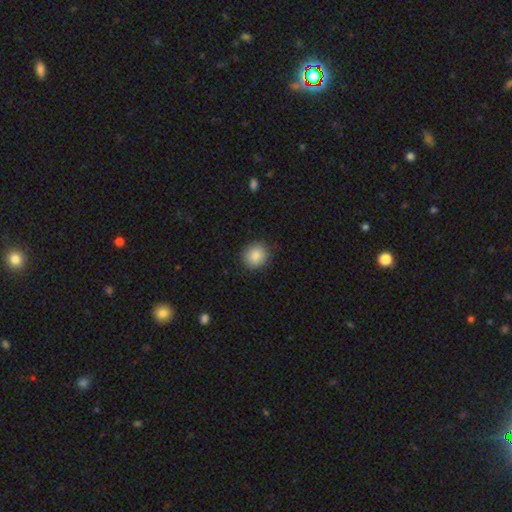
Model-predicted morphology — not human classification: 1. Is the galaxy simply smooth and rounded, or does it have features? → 87% smooth, 8% star or artifact, 4% featured or disk.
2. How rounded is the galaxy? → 85% round, 14% in between, 1% cigar-shaped.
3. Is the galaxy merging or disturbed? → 89% none, 8% minor disturbance, 2% major disturbance, 1% merger.